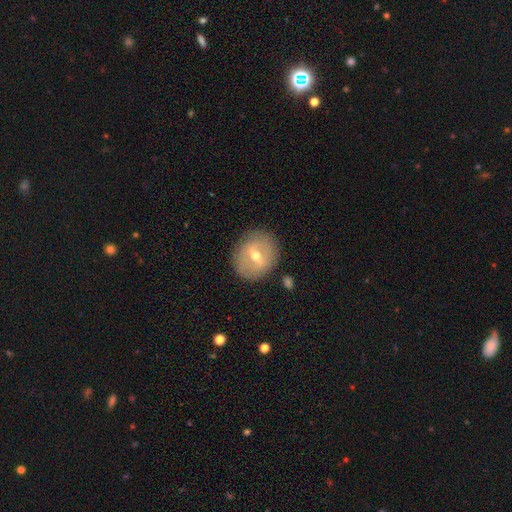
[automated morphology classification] A featured or disk galaxy (54%) with a weak bar (50%), no spiral arms (70%) and a moderate central bulge (61%). Merging: none (83%).